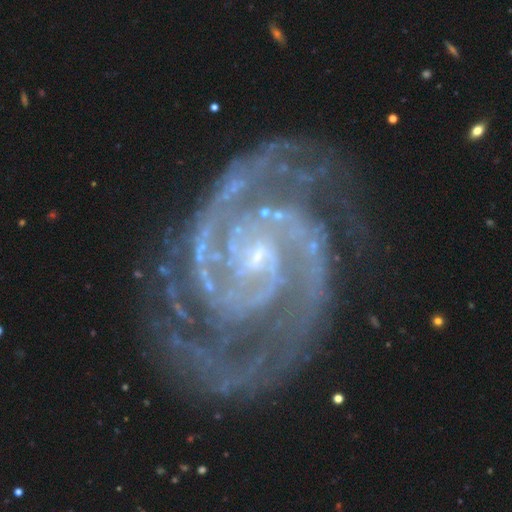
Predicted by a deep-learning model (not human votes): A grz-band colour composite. It shows a featured or disk galaxy (94%) with no bar (50%), 2 (68%) tight (69%) spiral arms (99%) and a small central bulge (75%). Merging: none (73%).